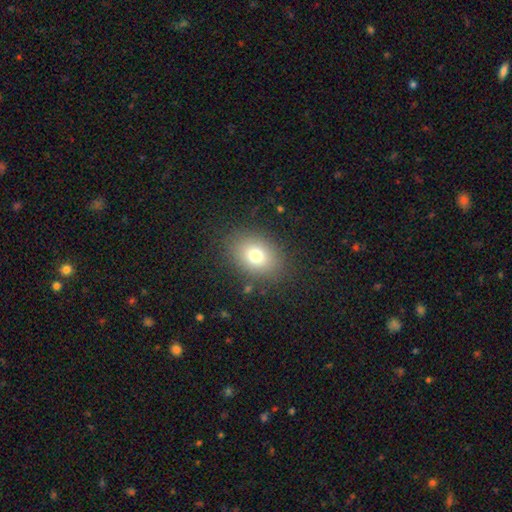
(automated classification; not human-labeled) Smooth or featured? smooth (76%)
How rounded? in between (63%)
Merging? none (85%)